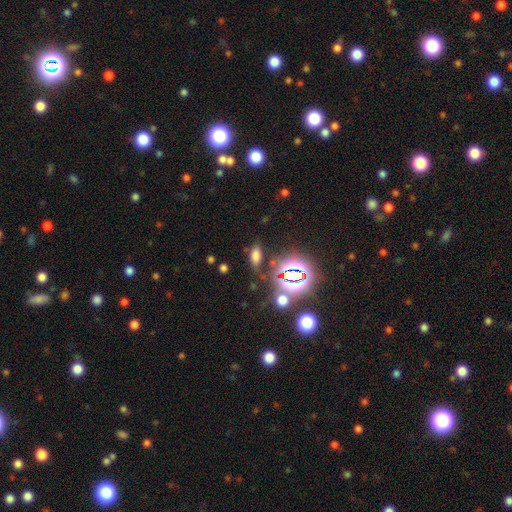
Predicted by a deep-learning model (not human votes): This appears to be a smooth galaxy with no disk features (59%) that is in between round and cigar-shaped (83%). Merging: none (76%).